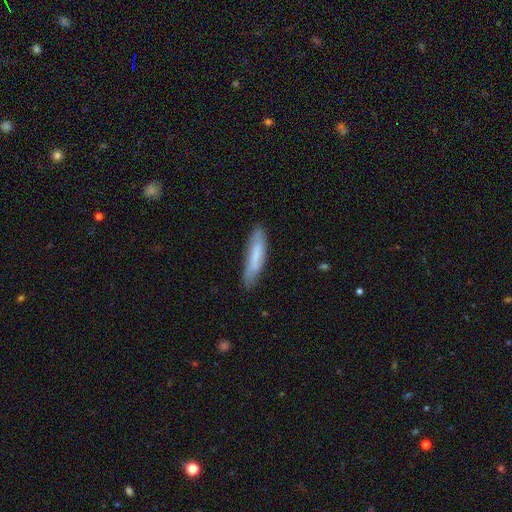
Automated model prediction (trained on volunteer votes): Overall: smooth (74%). How rounded: cigar-shaped (82%). Merging: none (81%).